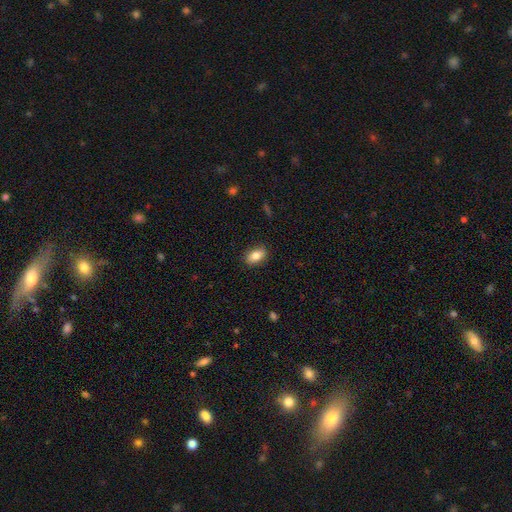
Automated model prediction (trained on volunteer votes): Overall: smooth (81%). How rounded: in between (87%). Merging: none (86%).